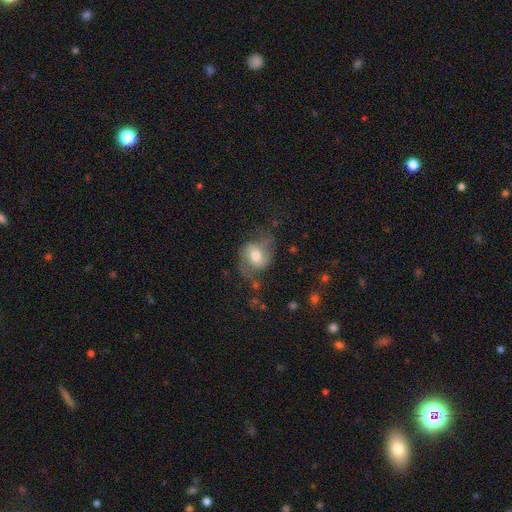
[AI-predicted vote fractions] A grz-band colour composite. It shows a featured or disk galaxy (53%) with no bar (53%), spiral arms (83%) and a moderate central bulge (68%). Merging: none (54%).